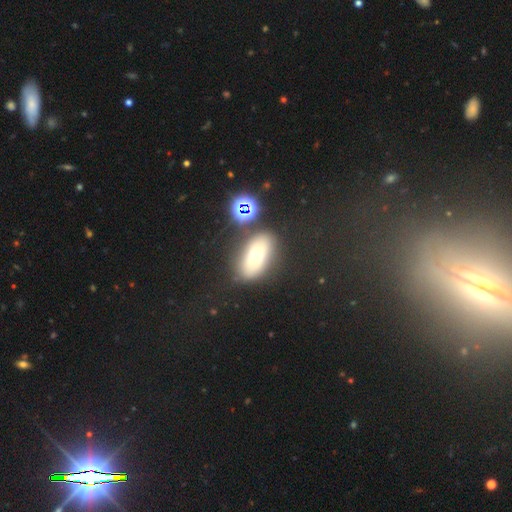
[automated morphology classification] Q: Smooth or featured?
A: smooth (59%); runner-up: featured or disk (25%)
Q: How rounded?
A: in between (80%); runner-up: round (12%)
Q: Merging?
A: none (75%); runner-up: minor disturbance (13%)